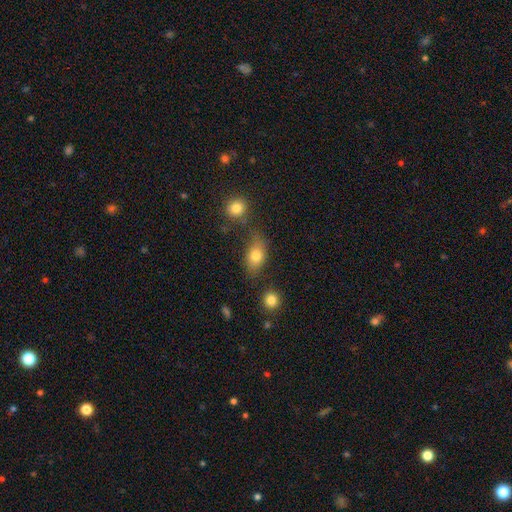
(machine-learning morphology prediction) smooth-or-featured: smooth: 78% | featured or disk: 12% | star or artifact: 10%
  how-rounded: in between: 78% | round: 19% | cigar-shaped: 3%
  merging: none: 63% | minor disturbance: 19% | merger: 10% | major disturbance: 8%